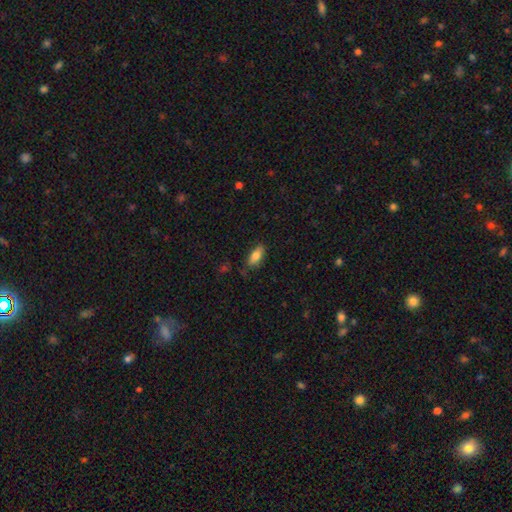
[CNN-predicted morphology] This is clearly a smooth galaxy (81%). How rounded: clearly in between (84%). Merging: likely none (77%).